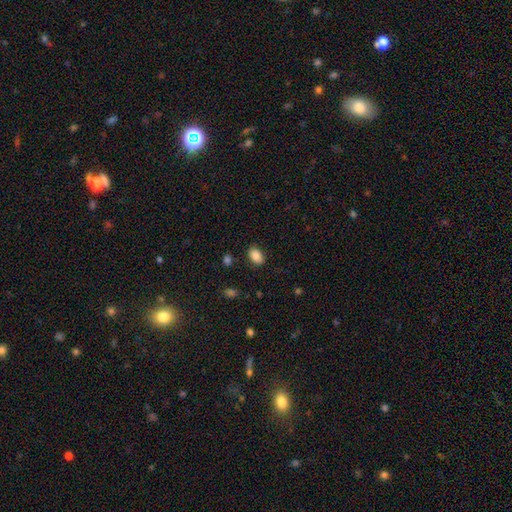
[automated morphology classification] Q: Smooth or featured?
A: smooth (86%); runner-up: star or artifact (8%)
Q: How rounded?
A: in between (86%); runner-up: round (12%)
Q: Merging?
A: none (86%); runner-up: minor disturbance (10%)